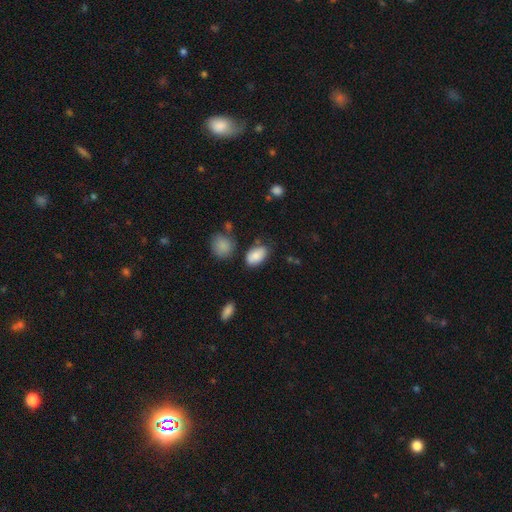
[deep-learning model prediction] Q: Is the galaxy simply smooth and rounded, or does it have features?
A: smooth — 86%.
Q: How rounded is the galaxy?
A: in between — 92%.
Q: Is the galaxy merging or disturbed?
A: none — 71%.